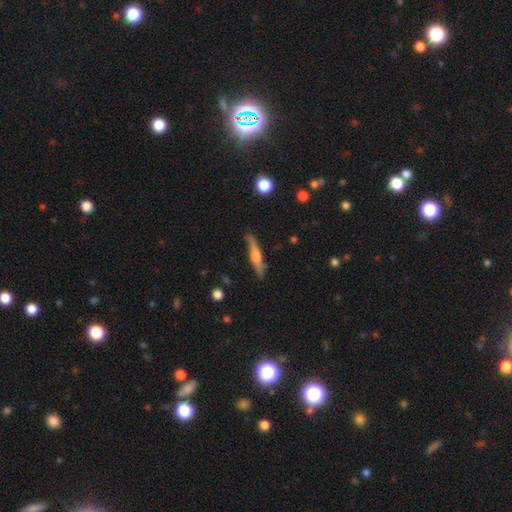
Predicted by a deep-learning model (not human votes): This appears to be a featured or disk galaxy (58%) viewed edge-on (95%) with a rounded central bulge (81%). Merging: none (84%).